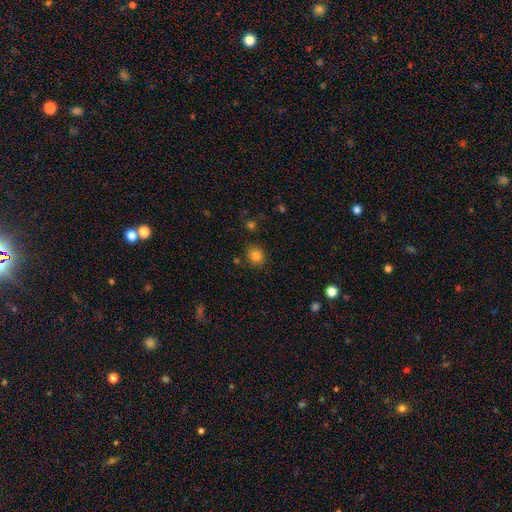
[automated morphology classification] Q: Smooth or featured?
A: smooth (83%); runner-up: star or artifact (12%)
Q: How rounded?
A: round (81%); runner-up: in between (18%)
Q: Merging?
A: none (84%); runner-up: minor disturbance (10%)